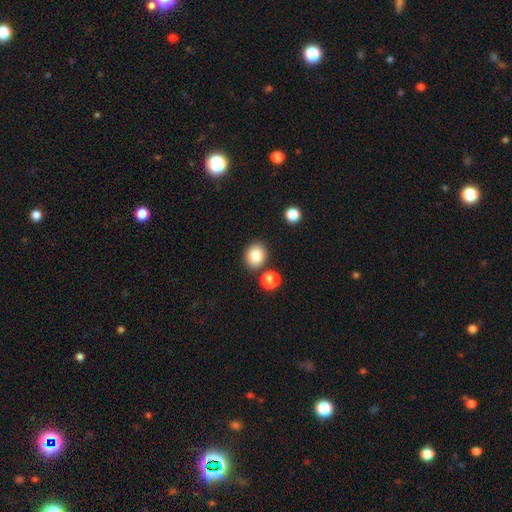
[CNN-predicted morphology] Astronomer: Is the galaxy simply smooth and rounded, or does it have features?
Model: smooth — 85%.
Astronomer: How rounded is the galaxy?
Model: round — 66%.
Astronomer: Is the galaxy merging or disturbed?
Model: none — 81%.